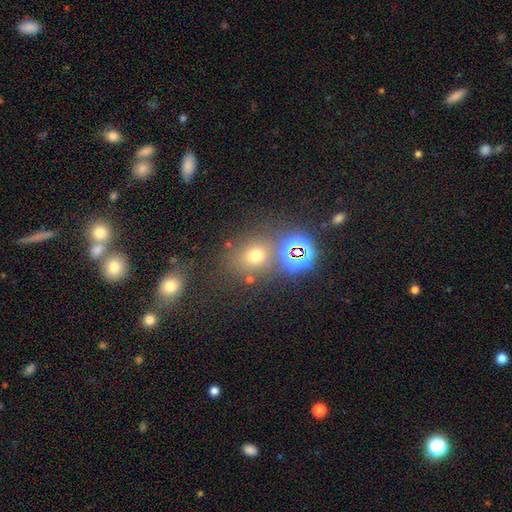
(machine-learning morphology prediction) Smooth or featured?
  - smooth: 61% *
  - star or artifact: 29%
  - featured or disk: 10%
How rounded?
  - round: 70% *
  - in between: 29%
  - cigar-shaped: 1%
Merging?
  - none: 69% *
  - merger: 14%
  - minor disturbance: 12%
  - major disturbance: 6%